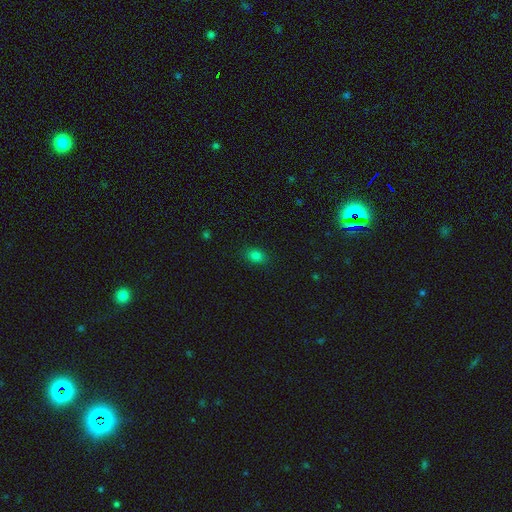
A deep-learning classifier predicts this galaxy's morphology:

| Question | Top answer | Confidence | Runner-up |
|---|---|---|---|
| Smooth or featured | smooth | 79% | star or artifact (14%) |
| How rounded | in between | 72% | round (27%) |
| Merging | none | 87% | minor disturbance (10%) |